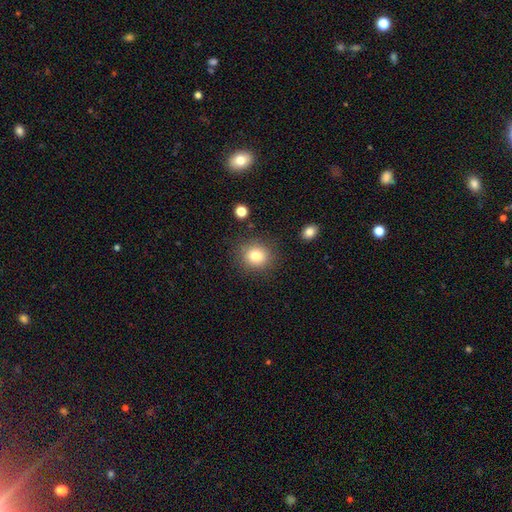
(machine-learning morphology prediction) A smooth galaxy with no disk features (82%) that is round (81%).

Vote fractions:
- Smooth or featured? smooth: 82% / star or artifact: 11% / featured or disk: 7%
- How rounded? round: 81% / in between: 18% / cigar-shaped: 1%
- Merging? none: 85% / minor disturbance: 10% / major disturbance: 3% / merger: 2%